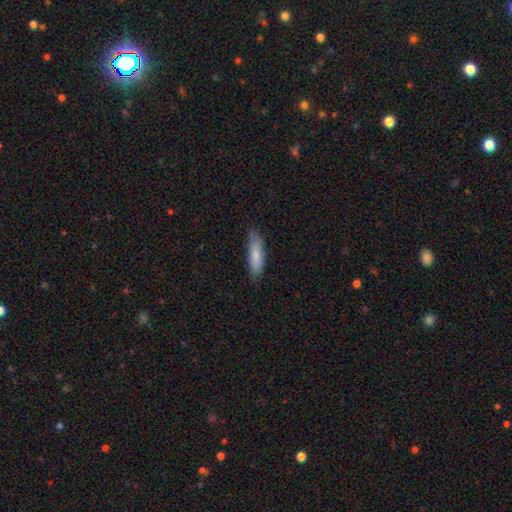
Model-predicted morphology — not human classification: A smooth galaxy with no disk features (79%) that is cigar-shaped (52%). Merging: none (76%).